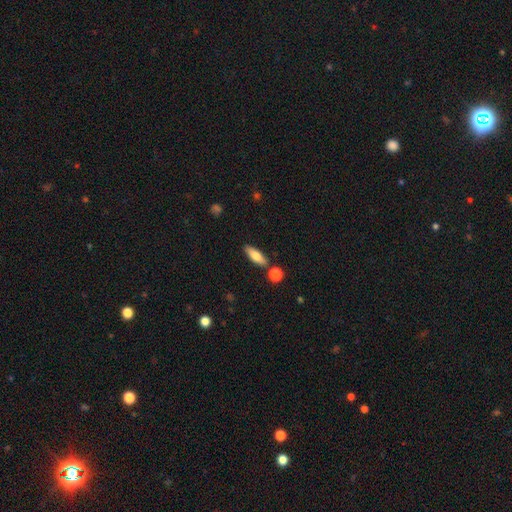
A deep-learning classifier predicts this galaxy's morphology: Q: Smooth or featured?
A: smooth (75%); runner-up: featured or disk (18%)
Q: How rounded?
A: in between (58%); runner-up: cigar-shaped (39%)
Q: Merging?
A: none (80%); runner-up: minor disturbance (11%)